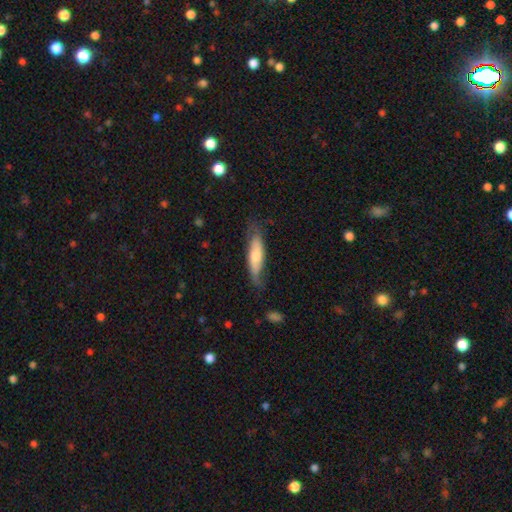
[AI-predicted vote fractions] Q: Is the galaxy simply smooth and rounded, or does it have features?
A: smooth — 59%.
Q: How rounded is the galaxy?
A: cigar-shaped — 61%.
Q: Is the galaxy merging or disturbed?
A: none — 62%.